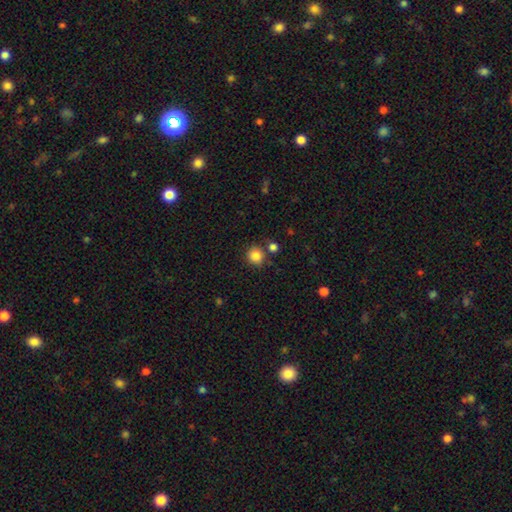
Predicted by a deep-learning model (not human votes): smooth 85%, star or artifact 11%, featured or disk 4%. Down the decision tree: how rounded — round (92%); merging — none (81%).